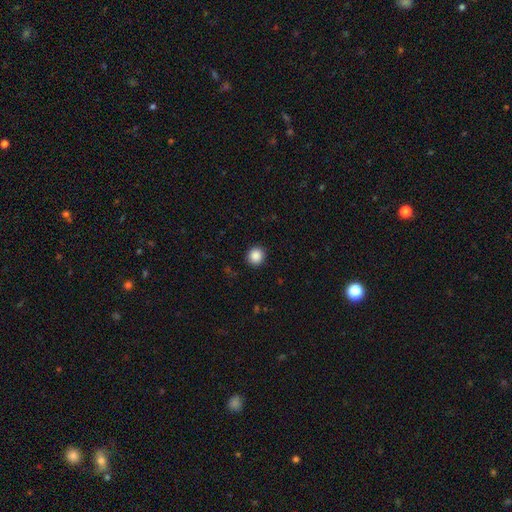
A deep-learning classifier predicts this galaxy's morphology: Smooth or featured? smooth (88%)
How rounded? round (92%)
Merging? none (92%)